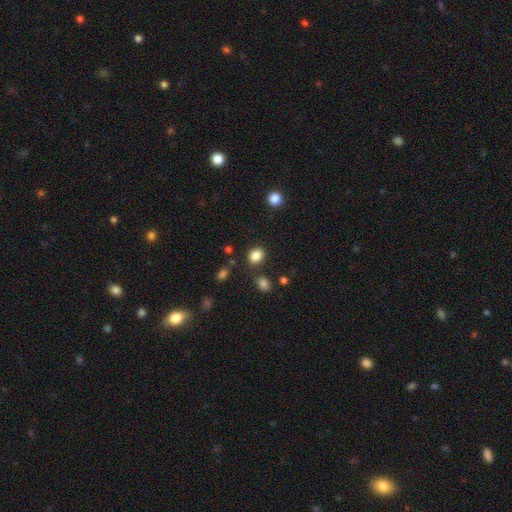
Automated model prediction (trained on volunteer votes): A smooth galaxy with no disk features (85%) that is round (53%). Merging: none (80%).